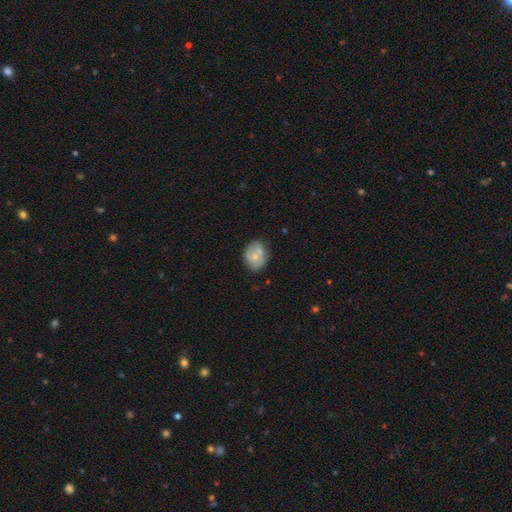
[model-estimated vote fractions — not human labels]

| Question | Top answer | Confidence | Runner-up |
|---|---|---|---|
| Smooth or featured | featured or disk | 49% | smooth (44%) |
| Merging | none | 54% | minor disturbance (25%) |